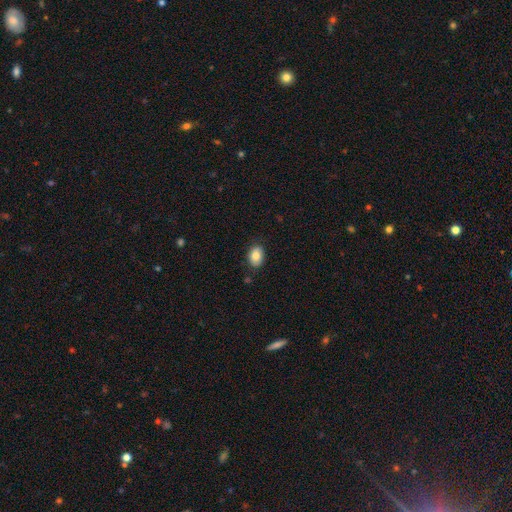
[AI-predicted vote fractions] Q: Smooth or featured?
A: smooth (83%); runner-up: featured or disk (9%)
Q: How rounded?
A: in between (80%); runner-up: round (19%)
Q: Merging?
A: none (83%); runner-up: minor disturbance (13%)